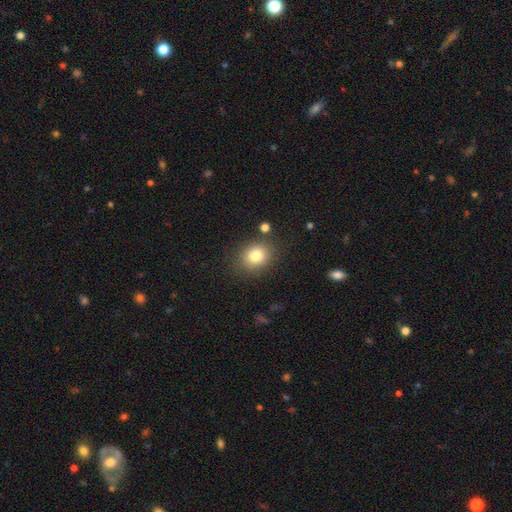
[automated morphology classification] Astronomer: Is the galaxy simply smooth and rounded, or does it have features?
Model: smooth — 81%.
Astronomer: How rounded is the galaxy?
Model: round — 55% (runner-up: in between, 44%).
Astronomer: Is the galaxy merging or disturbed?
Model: none — 81%.